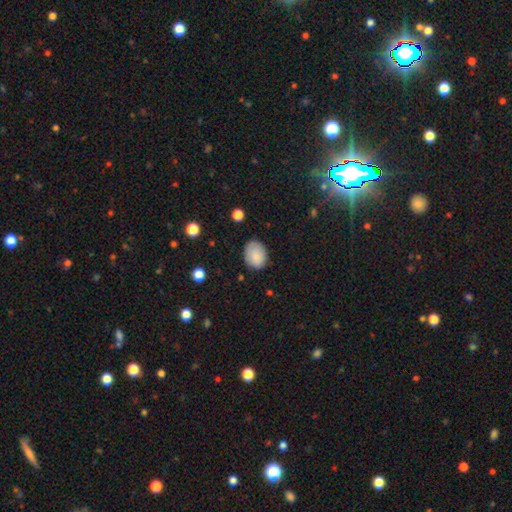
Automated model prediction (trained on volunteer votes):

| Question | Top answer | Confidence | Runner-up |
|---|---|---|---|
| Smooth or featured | smooth | 87% | star or artifact (7%) |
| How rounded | in between | 58% | round (41%) |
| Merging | none | 78% | minor disturbance (17%) |